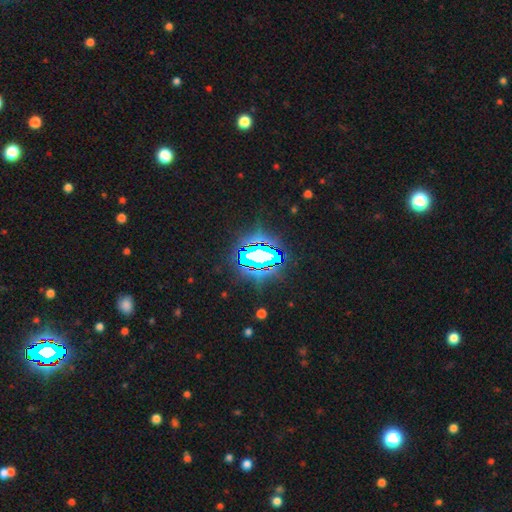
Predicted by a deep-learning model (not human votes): The model was most divided on "smooth or featured": star or artifact: 80%, smooth: 11%, featured or disk: 9%.